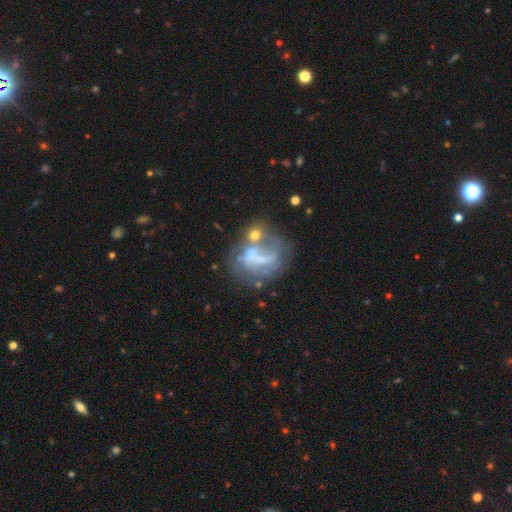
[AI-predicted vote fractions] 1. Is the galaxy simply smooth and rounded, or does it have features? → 56% featured or disk, 29% smooth, 15% star or artifact.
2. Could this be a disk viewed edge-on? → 95% no, 5% yes.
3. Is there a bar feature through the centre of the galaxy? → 53% no, 26% weak, 22% strong.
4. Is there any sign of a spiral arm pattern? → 69% no, 31% yes.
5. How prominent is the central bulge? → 49% none, 27% small, 17% moderate, 4% large, 2% dominant.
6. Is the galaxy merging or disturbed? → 35% none, 24% major disturbance, 23% merger, 18% minor disturbance.